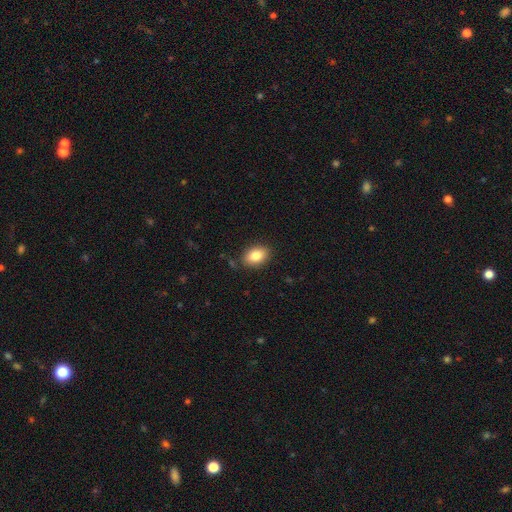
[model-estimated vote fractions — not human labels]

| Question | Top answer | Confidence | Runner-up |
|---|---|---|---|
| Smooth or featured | smooth | 84% | star or artifact (8%) |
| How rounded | in between | 82% | round (17%) |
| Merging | none | 86% | minor disturbance (10%) |